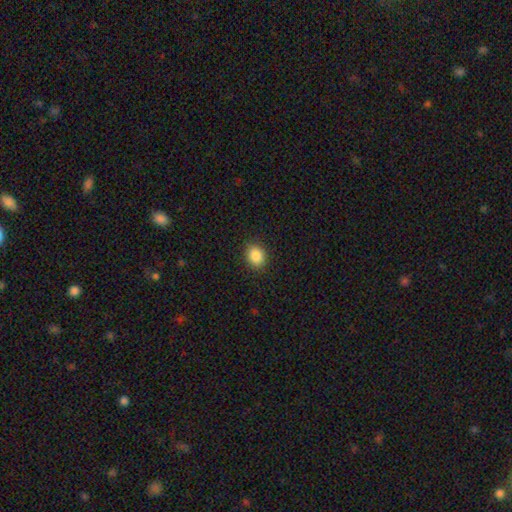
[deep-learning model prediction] A smooth galaxy with no disk features (87%) that is round (50%).

Vote fractions:
- Smooth or featured? smooth: 87% / star or artifact: 9% / featured or disk: 4%
- How rounded? round: 50% / in between: 49% / cigar-shaped: 1%
- Merging? none: 89% / minor disturbance: 7% / major disturbance: 2% / merger: 1%